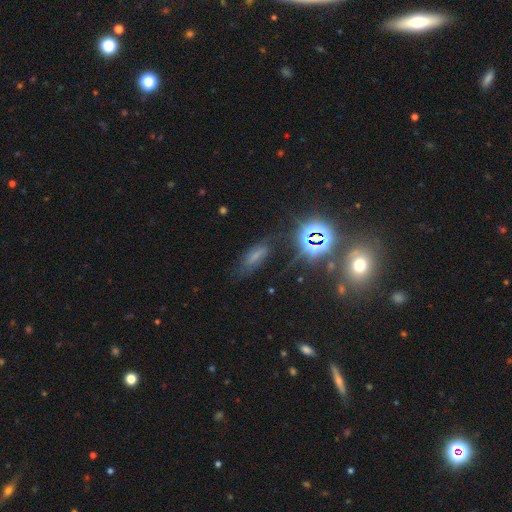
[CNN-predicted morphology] smooth 41%, star or artifact 35%, featured or disk 24%. Down the decision tree: merging — none (62%).